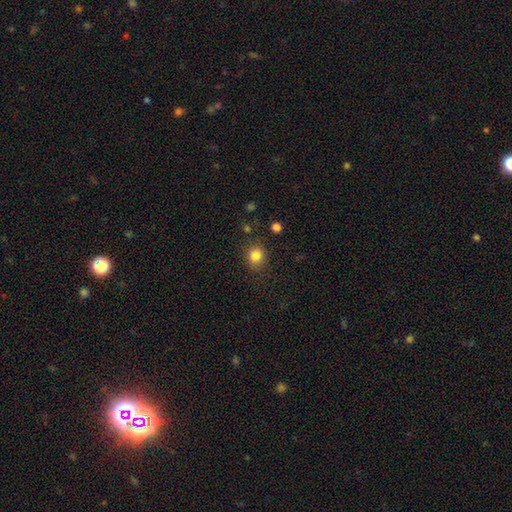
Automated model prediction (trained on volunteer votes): Smooth or featured?
  - smooth: 83% *
  - star or artifact: 11%
  - featured or disk: 5%
How rounded?
  - round: 81% *
  - in between: 18%
  - cigar-shaped: 1%
Merging?
  - none: 86% *
  - minor disturbance: 9%
  - major disturbance: 3%
  - merger: 2%